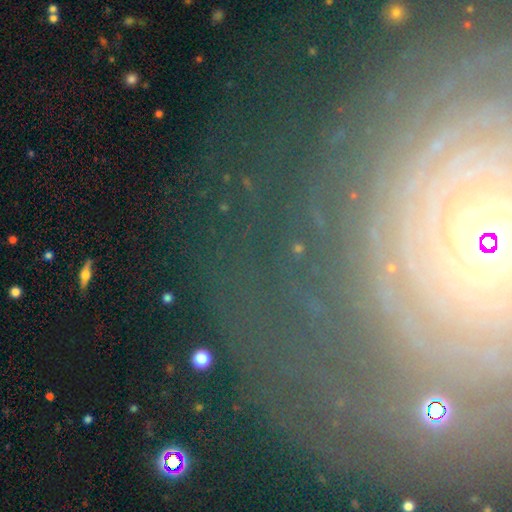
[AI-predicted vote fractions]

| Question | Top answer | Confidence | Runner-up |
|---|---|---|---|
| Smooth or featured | featured or disk | 44% | star or artifact (38%) |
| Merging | none | 74% | minor disturbance (12%) |